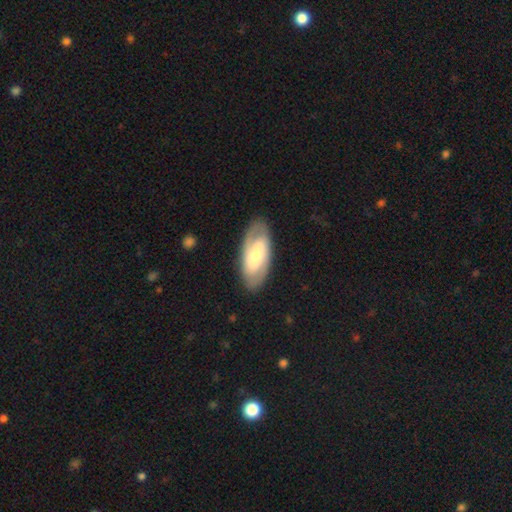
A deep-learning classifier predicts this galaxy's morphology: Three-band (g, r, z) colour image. It shows a featured or disk galaxy (61%) with a weak bar (41%), spiral arms (73%) and a moderate central bulge (47%). Merging: none (85%).